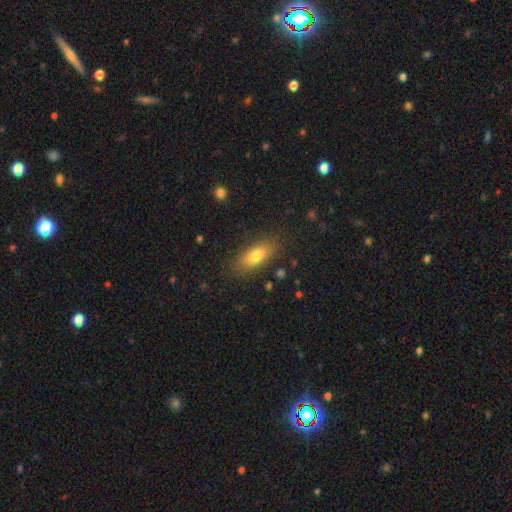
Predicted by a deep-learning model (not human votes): The model was most divided on "how rounded": in between: 78%, cigar-shaped: 19%, round: 3%. More confident: merging — none (84%); smooth or featured — smooth (77%).